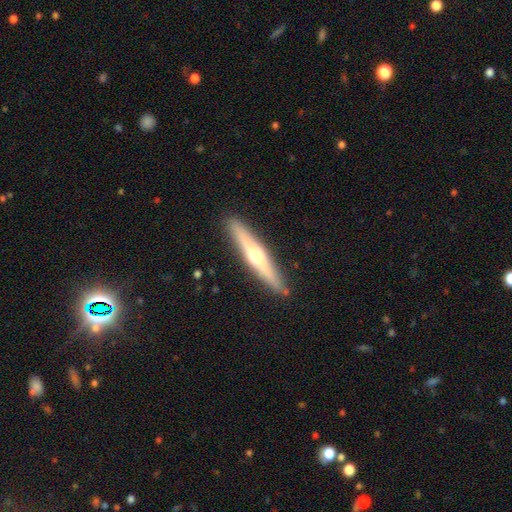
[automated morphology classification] Q: Smooth or featured?
A: featured or disk (62%); runner-up: smooth (33%)
Q: Edge-on disk?
A: yes (96%); runner-up: no (4%)
Q: Edge-on bulge?
A: rounded (88%); runner-up: none (8%)
Q: Merging?
A: none (90%); runner-up: minor disturbance (7%)